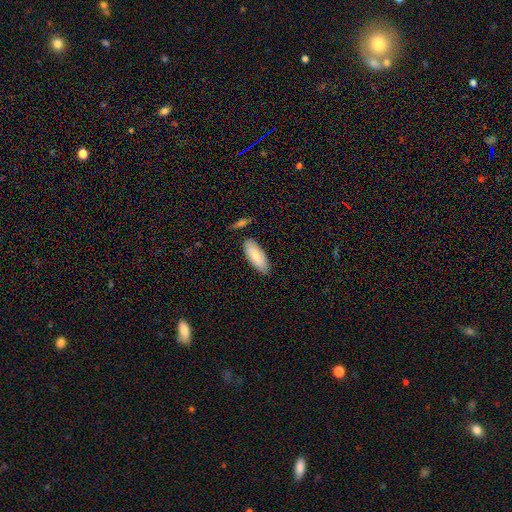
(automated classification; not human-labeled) Smooth or featured?
  - smooth: 81% *
  - featured or disk: 13%
  - star or artifact: 6%
How rounded?
  - in between: 80% *
  - cigar-shaped: 18%
  - round: 2%
Merging?
  - none: 78% *
  - minor disturbance: 15%
  - merger: 4%
  - major disturbance: 3%